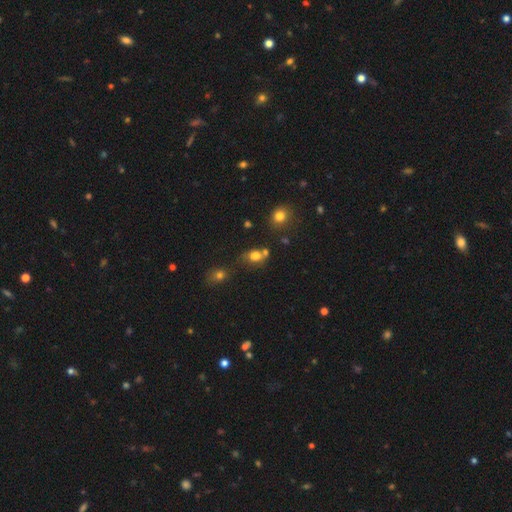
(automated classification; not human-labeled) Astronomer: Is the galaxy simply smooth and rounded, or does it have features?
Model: smooth — 76%.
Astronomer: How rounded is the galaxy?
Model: round — 51% (runner-up: in between, 47%).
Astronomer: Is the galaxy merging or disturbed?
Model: none — 48% (runner-up: merger, 29%).